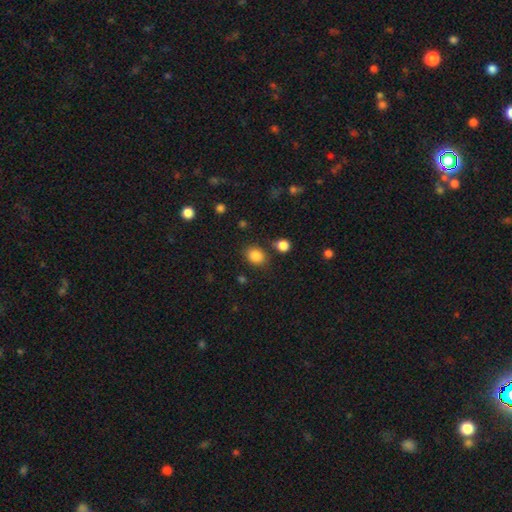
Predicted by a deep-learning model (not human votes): The model was most divided on "how rounded": in between: 55%, round: 44%, cigar-shaped: 1%. More confident: smooth or featured — smooth (86%); merging — none (79%).